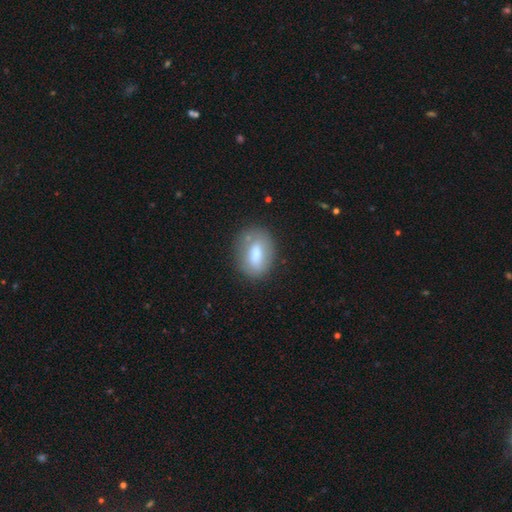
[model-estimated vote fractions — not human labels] smooth-or-featured: smooth: 65% | featured or disk: 27% | star or artifact: 8%
  how-rounded: in between: 78% | round: 19% | cigar-shaped: 3%
  merging: none: 74% | minor disturbance: 18% | major disturbance: 5% | merger: 3%